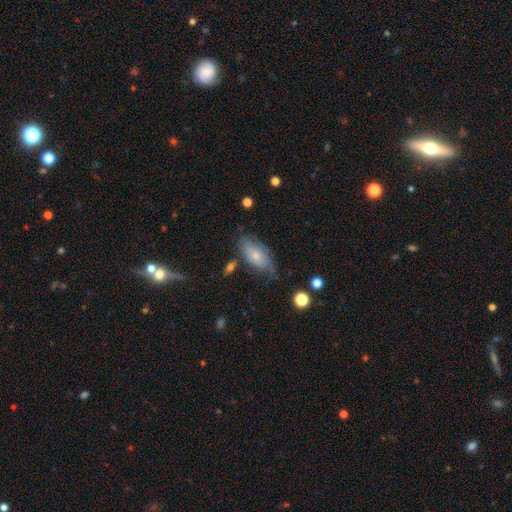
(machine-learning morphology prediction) smooth-or-featured: smooth: 63% | featured or disk: 29% | star or artifact: 7%
  how-rounded: in between: 90% | cigar-shaped: 6% | round: 3%
  merging: none: 52% | minor disturbance: 33% | major disturbance: 11% | merger: 4%